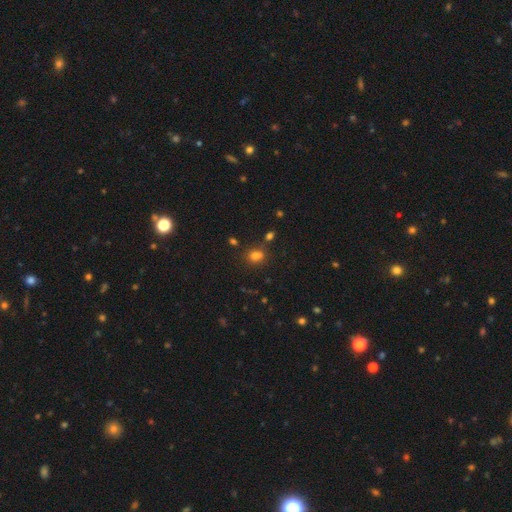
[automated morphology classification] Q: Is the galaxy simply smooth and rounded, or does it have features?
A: smooth — 74%.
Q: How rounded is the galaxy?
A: round — 52%.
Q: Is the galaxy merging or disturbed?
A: none — 68%.